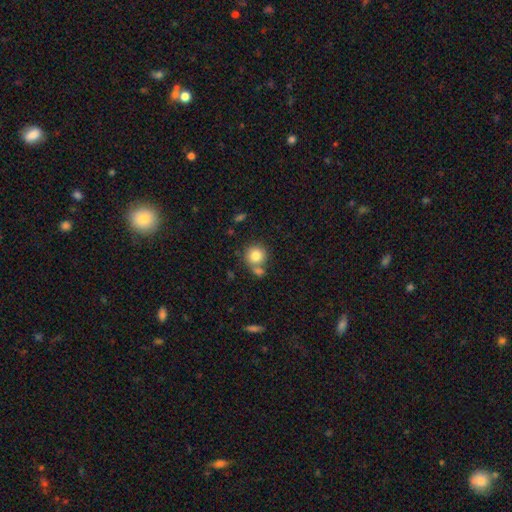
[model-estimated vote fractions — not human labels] Q: Smooth or featured?
A: smooth (81%); runner-up: featured or disk (9%)
Q: How rounded?
A: round (89%); runner-up: in between (10%)
Q: Merging?
A: none (57%); runner-up: merger (27%)